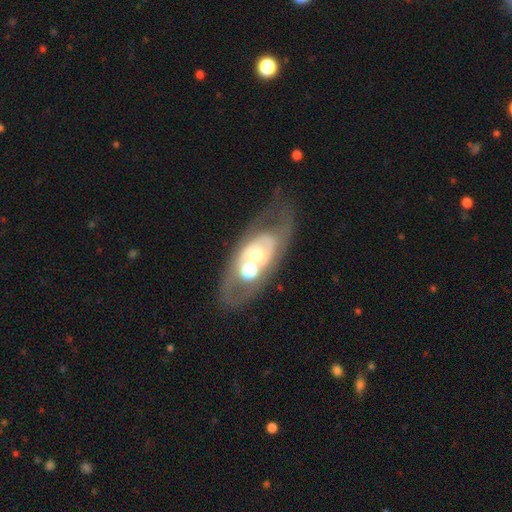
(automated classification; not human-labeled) This is likely a featured or disk galaxy (67%). It is clearly not viewed edge-on (90%). Bar: clearly no (85%). Spiral arm pattern: likely no (71%). Central bulge: likely moderate (64%). Merging: marginally none (44%).